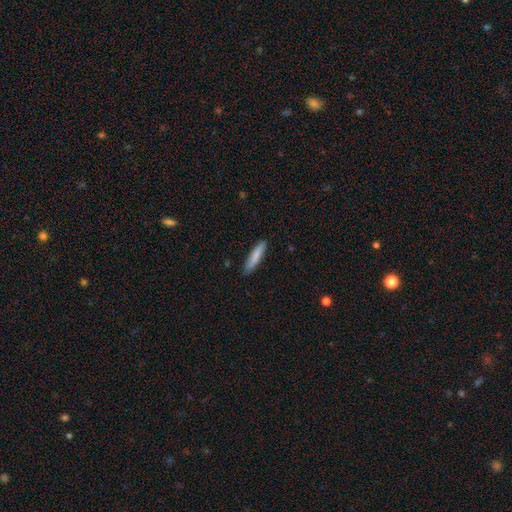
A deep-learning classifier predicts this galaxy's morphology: type=smooth (81%); roundness=cigar-shaped (85%); merging=none (83%).